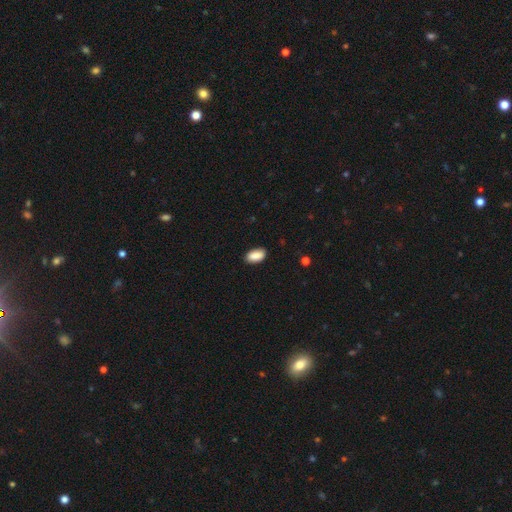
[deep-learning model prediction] smooth_or_featured: smooth (p=0.88) [alt: star or artifact p=0.07]
how_rounded: in between (p=0.93) [alt: cigar-shaped p=0.04]
merging: none (p=0.86) [alt: minor disturbance p=0.11]